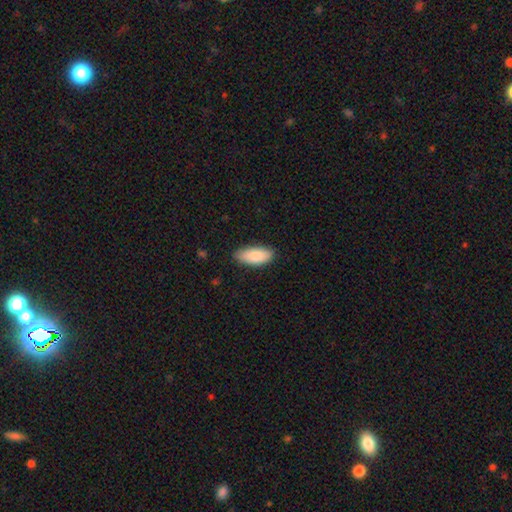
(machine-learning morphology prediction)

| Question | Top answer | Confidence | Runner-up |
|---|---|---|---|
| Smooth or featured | smooth | 86% | featured or disk (8%) |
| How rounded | in between | 84% | cigar-shaped (14%) |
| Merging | none | 84% | minor disturbance (13%) |